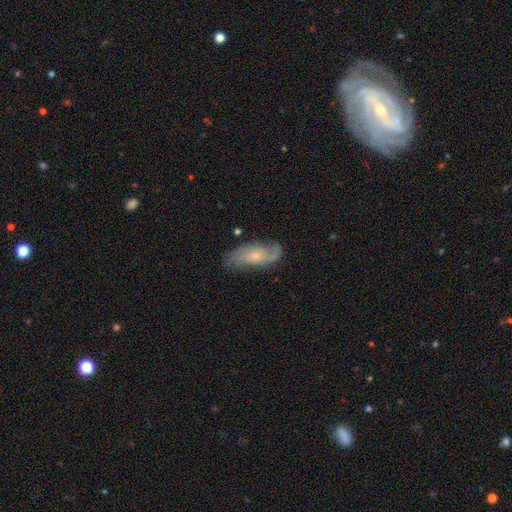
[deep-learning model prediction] Smooth or featured?
  - featured or disk: 72% *
  - smooth: 22%
  - star or artifact: 7%
Edge-on disk?
  - no: 92% *
  - yes: 8%
Bar?
  - no: 69% *
  - weak: 27%
  - strong: 4%
Spiral arms?
  - yes: 92% *
  - no: 8%
Spiral winding?
  - medium: 42% *
  - tight: 30%
  - loose: 28%
Spiral arm count?
  - 2: 63% *
  - can't tell: 16%
  - 1: 13%
  - 3: 5%
  - 4: 2%
  - more than 4: 2%
Bulge size?
  - small: 63% *
  - moderate: 30%
  - none: 4%
  - large: 2%
  - dominant: 1%
Merging?
  - none: 70% *
  - minor disturbance: 20%
  - major disturbance: 8%
  - merger: 2%